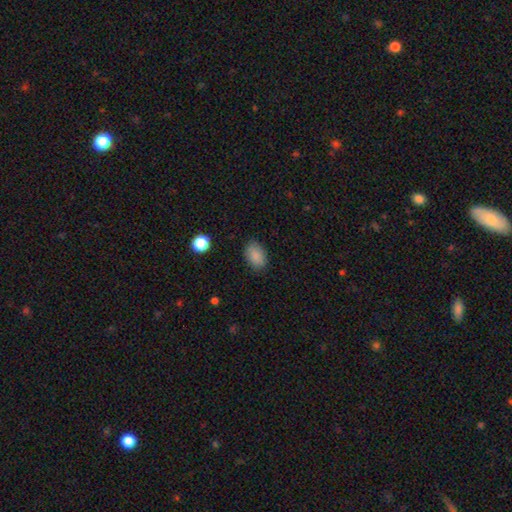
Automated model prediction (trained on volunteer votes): smooth-or-featured: smooth: 87% | star or artifact: 9% | featured or disk: 5%
  how-rounded: in between: 85% | round: 14% | cigar-shaped: 1%
  merging: none: 83% | minor disturbance: 13% | major disturbance: 3% | merger: 1%